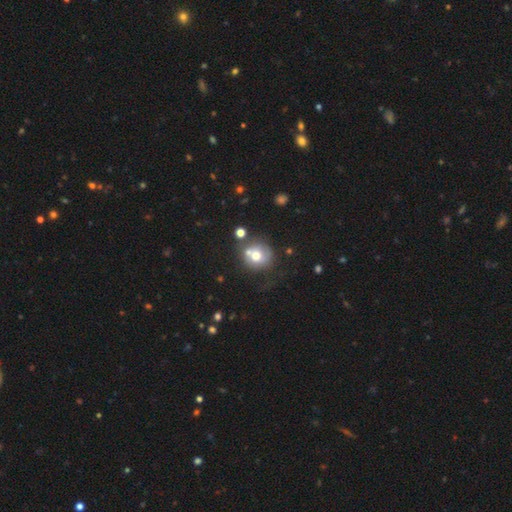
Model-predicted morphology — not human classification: Overall: smooth (60%; featured or disk 30%). How rounded: round (85%). Merging: none (50%; merger 23%).